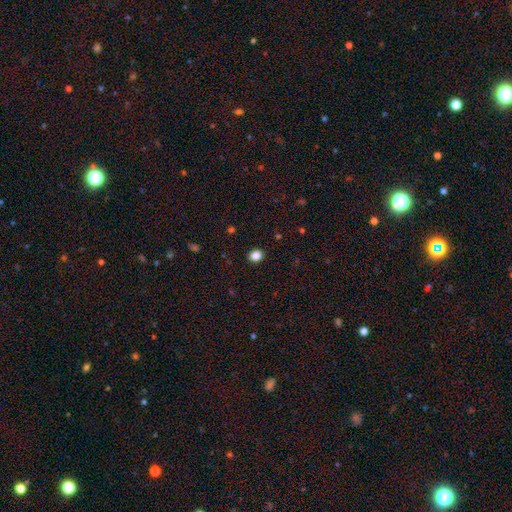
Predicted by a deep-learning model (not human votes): This appears to be a smooth galaxy with no disk features (85%) that is round (75%). Merging: none (91%).